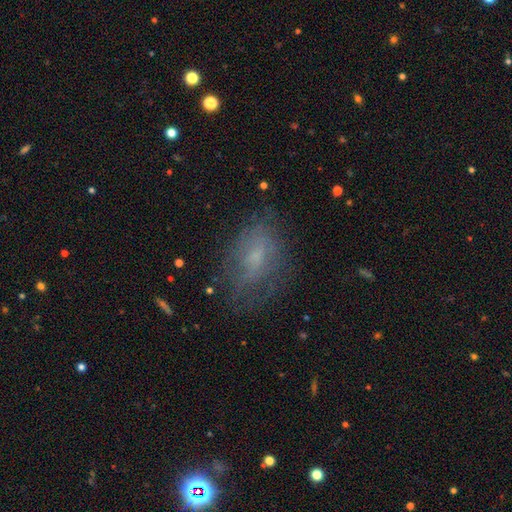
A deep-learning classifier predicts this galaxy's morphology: Smooth or featured: smooth — 50% (featured or disk — 36%)
How rounded: in between — 84% (round — 13%)
Merging: none — 62% (minor disturbance — 22%)